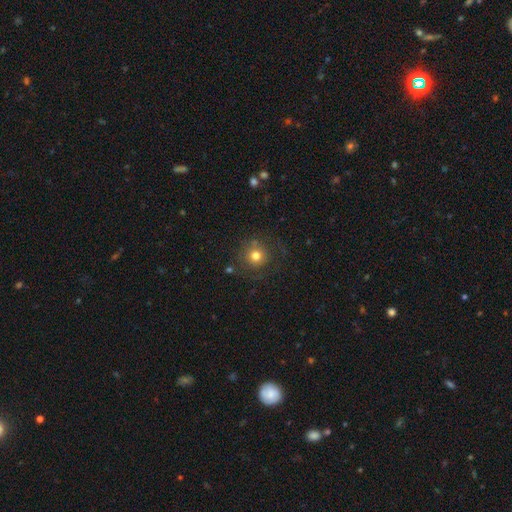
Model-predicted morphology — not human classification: smooth-or-featured: smooth: 73% | star or artifact: 13% | featured or disk: 13%
  how-rounded: round: 92% | in between: 7% | cigar-shaped: 1%
  merging: none: 75% | minor disturbance: 14% | major disturbance: 9% | merger: 3%